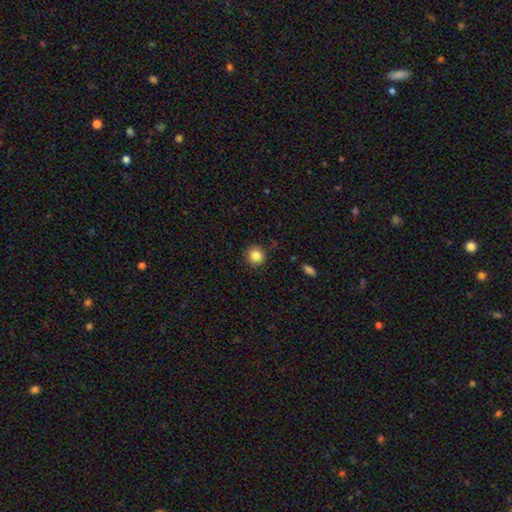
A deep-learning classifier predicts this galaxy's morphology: Smooth or featured? Predicted: smooth (p=0.84). How rounded? Predicted: round (p=0.91). Merging? Predicted: none (p=0.90).